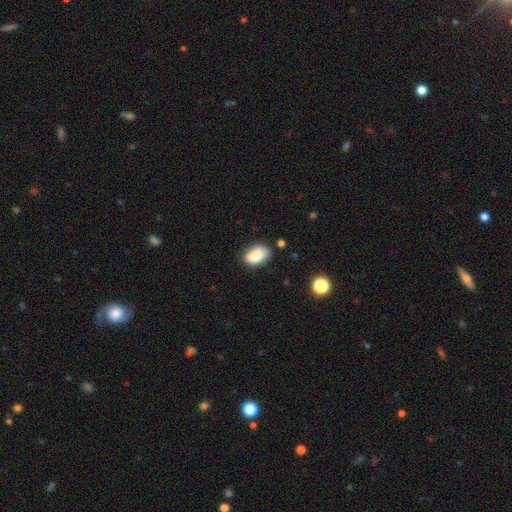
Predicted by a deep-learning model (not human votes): smooth_or_featured: smooth (p=0.80) [alt: featured or disk p=0.11]
how_rounded: in between (p=0.83) [alt: round p=0.15]
merging: none (p=0.73) [alt: minor disturbance p=0.20]